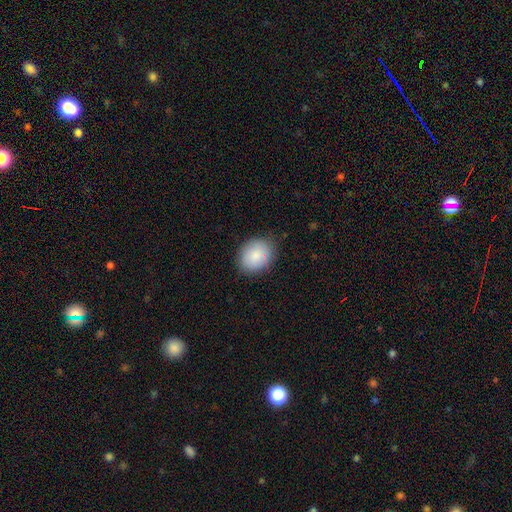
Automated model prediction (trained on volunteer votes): A smooth galaxy with no disk features (85%) that is in between round and cigar-shaped (56%). Merging: none (79%).